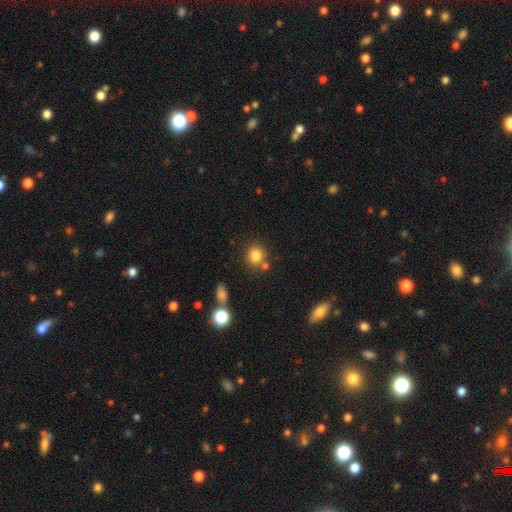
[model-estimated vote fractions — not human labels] Smooth or featured? Predicted: smooth (p=0.83). How rounded? Predicted: round (p=0.84). Merging? Predicted: none (p=0.74).